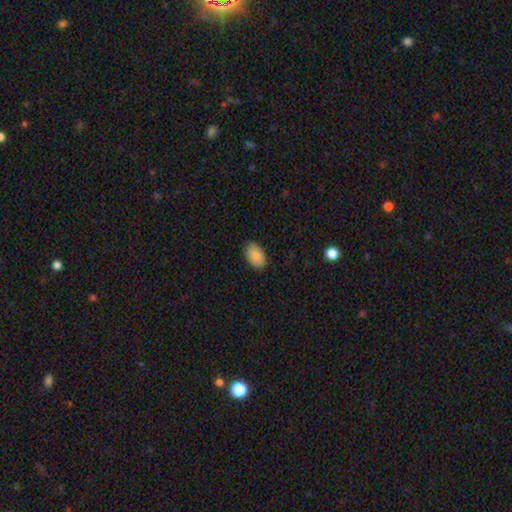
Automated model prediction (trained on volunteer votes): Q: Smooth or featured?
A: smooth (89%); runner-up: star or artifact (7%)
Q: How rounded?
A: in between (91%); runner-up: round (8%)
Q: Merging?
A: none (85%); runner-up: minor disturbance (12%)